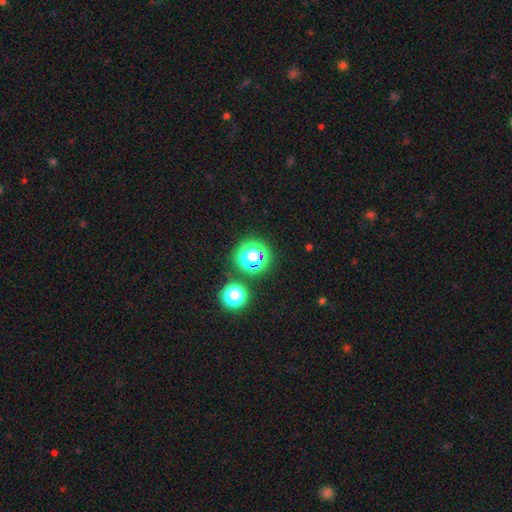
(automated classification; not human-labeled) Overall: star or artifact (66%; smooth 28%).